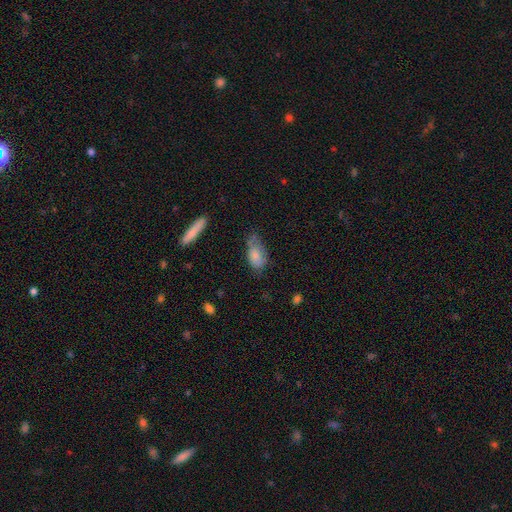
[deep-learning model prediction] Smooth or featured? smooth (77%)
How rounded? in between (90%)
Merging? minor disturbance (39%)